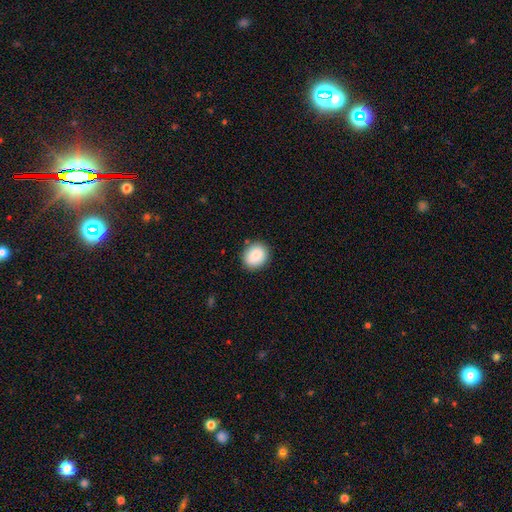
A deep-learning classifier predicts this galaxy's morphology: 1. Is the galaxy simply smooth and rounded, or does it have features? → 88% smooth, 7% star or artifact, 5% featured or disk.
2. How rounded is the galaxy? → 67% round, 32% in between, 1% cigar-shaped.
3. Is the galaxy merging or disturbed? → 86% none, 10% minor disturbance, 2% major disturbance, 1% merger.